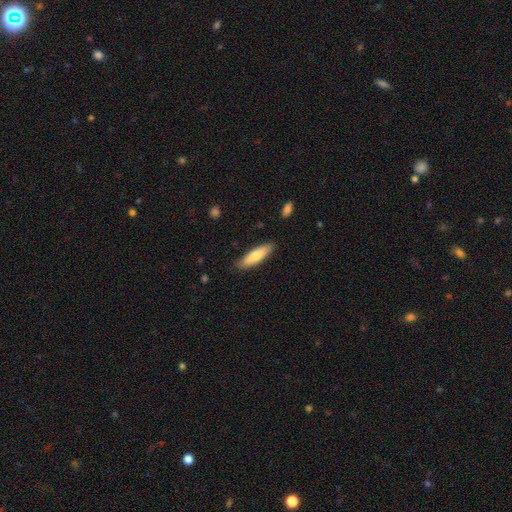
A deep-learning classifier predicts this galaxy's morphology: type=smooth (75%); roundness=cigar-shaped (63%); merging=none (86%).